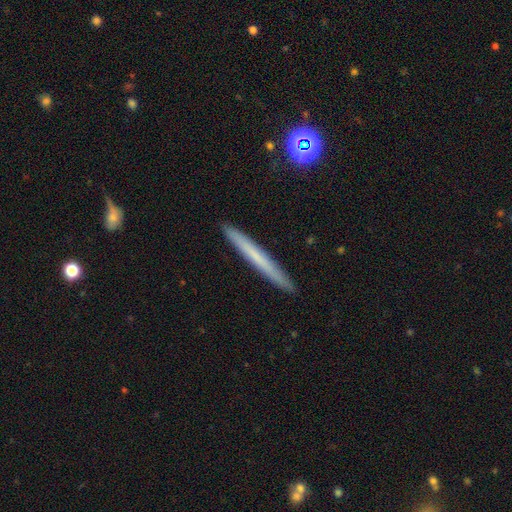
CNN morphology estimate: A smooth galaxy with no disk features (55%) that is cigar-shaped (97%).

Vote fractions:
- Smooth or featured? smooth: 55% / featured or disk: 37% / star or artifact: 8%
- How rounded? cigar-shaped: 97% / in between: 2% / round: 1%
- Merging? none: 92% / minor disturbance: 6% / major disturbance: 1% / merger: 1%